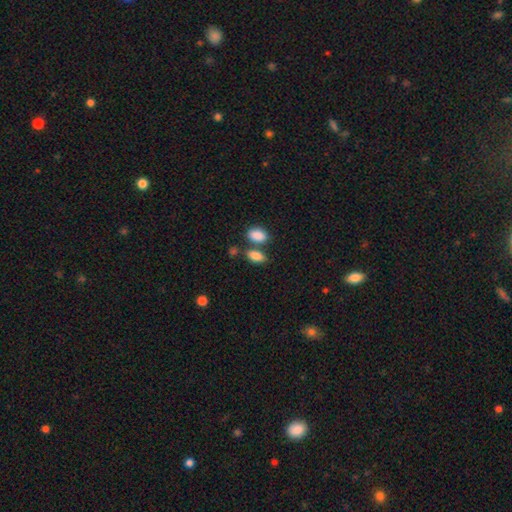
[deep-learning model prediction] Overall: smooth (86%). How rounded: in between (88%). Merging: none (58%; merger 24%).